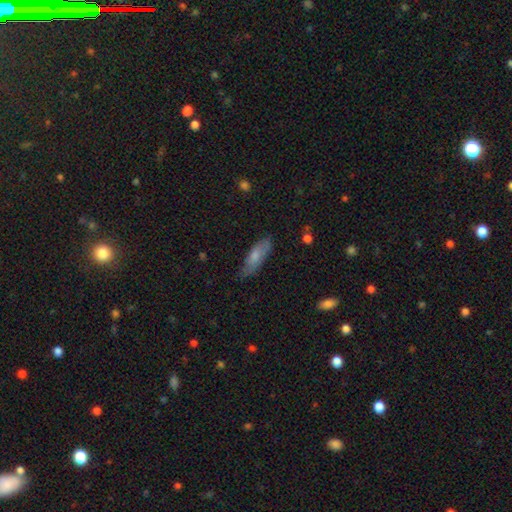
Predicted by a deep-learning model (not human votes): Overall: smooth (71%). How rounded: in between (54%; cigar-shaped 44%). Merging: none (68%).